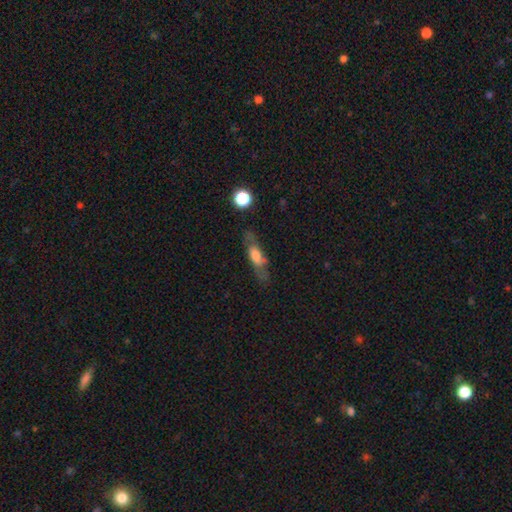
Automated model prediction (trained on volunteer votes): A smooth galaxy with no disk features (50%) that is cigar-shaped (52%).

Vote fractions:
- Smooth or featured? smooth: 50% / featured or disk: 41% / star or artifact: 9%
- How rounded? cigar-shaped: 52% / in between: 44% / round: 4%
- Merging? none: 66% / minor disturbance: 20% / major disturbance: 11% / merger: 3%